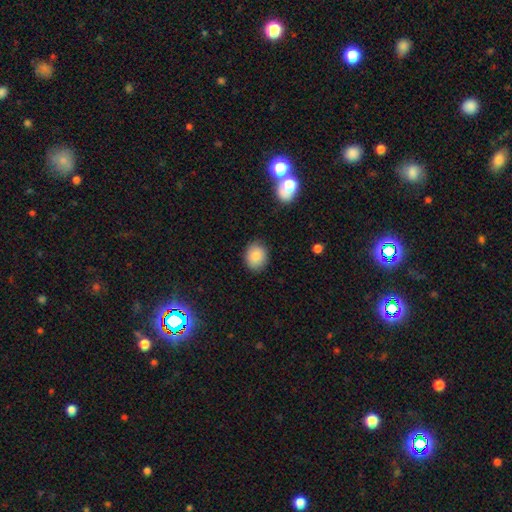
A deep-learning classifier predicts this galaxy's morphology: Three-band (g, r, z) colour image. It shows a smooth galaxy with no disk features (84%) that is round (55%). Merging: none (85%).